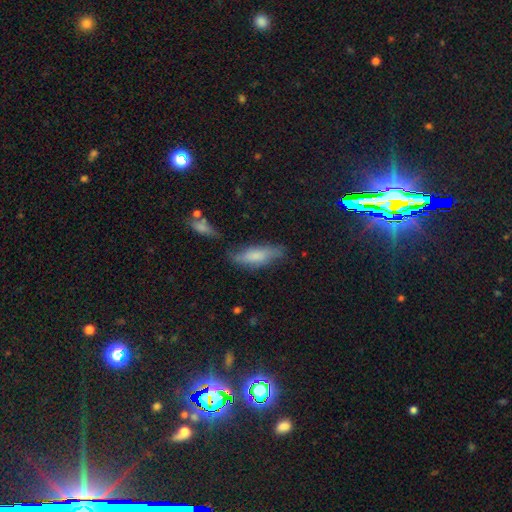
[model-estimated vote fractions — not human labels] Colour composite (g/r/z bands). It shows a smooth galaxy with no disk features (66%) that is in between round and cigar-shaped (53%). Merging: none (60%).